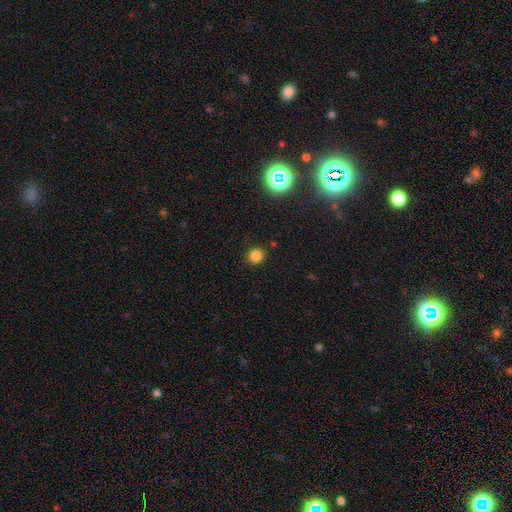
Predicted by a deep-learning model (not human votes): This appears to be a smooth galaxy with no disk features (81%) that is round (87%). Merging: none (89%).